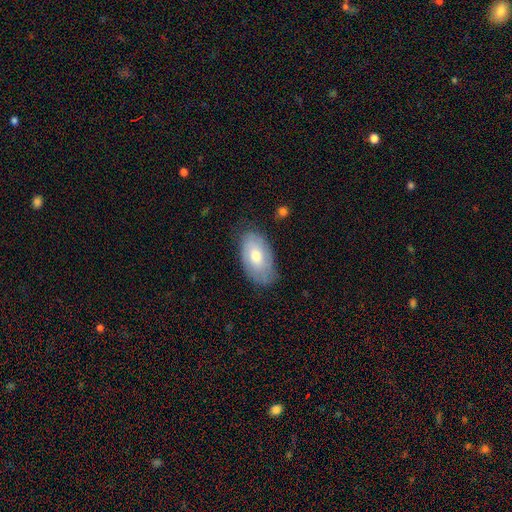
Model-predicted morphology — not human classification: Smooth or featured: smooth — 63% (featured or disk — 31%)
How rounded: in between — 94% (round — 4%)
Merging: none — 73% (minor disturbance — 22%)